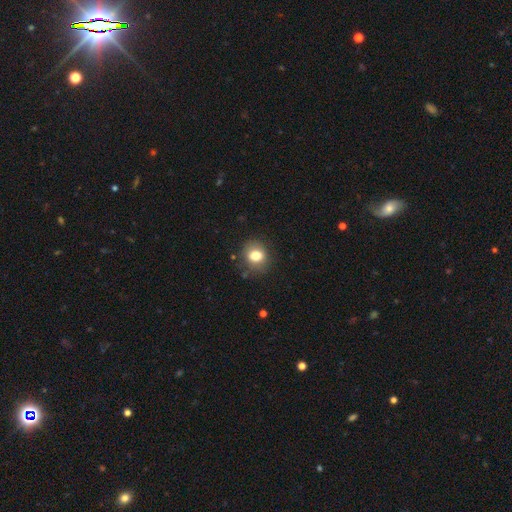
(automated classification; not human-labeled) Smooth or featured? smooth (79%)
How rounded? round (68%)
Merging? none (82%)